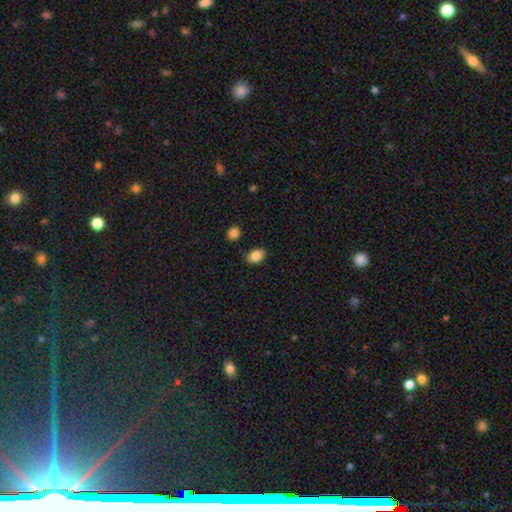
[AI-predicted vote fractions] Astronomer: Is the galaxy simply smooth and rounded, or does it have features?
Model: smooth — 86%.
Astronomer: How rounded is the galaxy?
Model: in between — 76%.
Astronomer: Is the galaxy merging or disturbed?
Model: none — 83%.